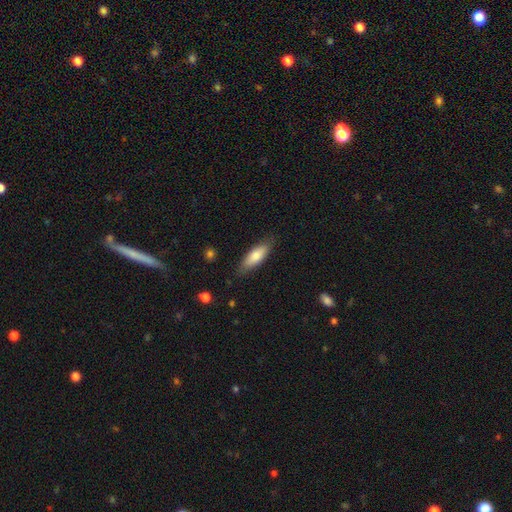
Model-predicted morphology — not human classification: type=smooth (76%); roundness=in between (57%); merging=none (82%).